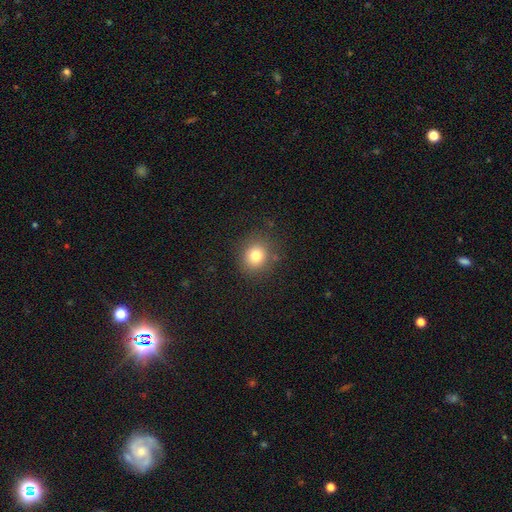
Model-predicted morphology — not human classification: Q: Smooth or featured?
A: smooth (80%); runner-up: star or artifact (12%)
Q: How rounded?
A: round (82%); runner-up: in between (17%)
Q: Merging?
A: none (85%); runner-up: minor disturbance (9%)